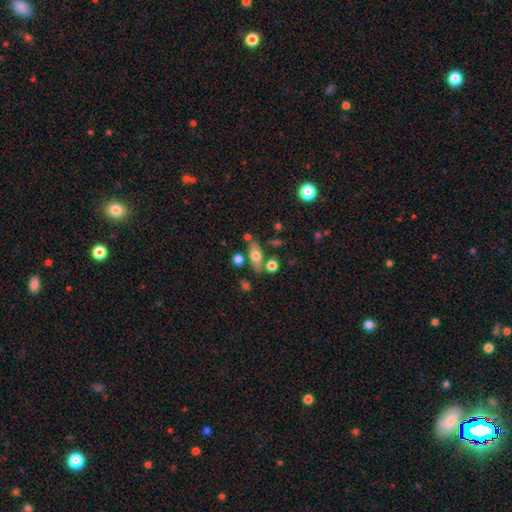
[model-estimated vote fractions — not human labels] Overall: smooth (65%; featured or disk 27%). How rounded: in between (78%). Merging: none (70%).